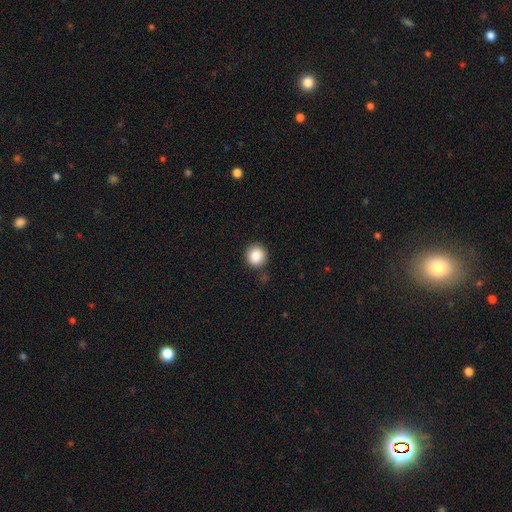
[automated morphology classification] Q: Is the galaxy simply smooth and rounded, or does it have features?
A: smooth — 86%.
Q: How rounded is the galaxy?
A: round — 92%.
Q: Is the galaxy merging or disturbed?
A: none — 86%.